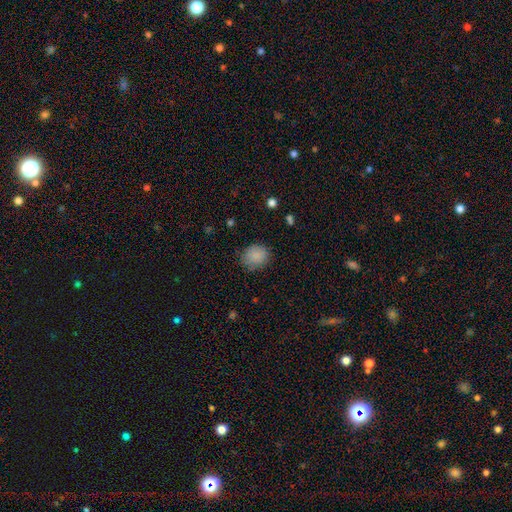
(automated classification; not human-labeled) smooth-or-featured: smooth: 86% | star or artifact: 9% | featured or disk: 5%
  how-rounded: round: 69% | in between: 30% | cigar-shaped: 1%
  merging: none: 80% | minor disturbance: 15% | major disturbance: 4% | merger: 1%